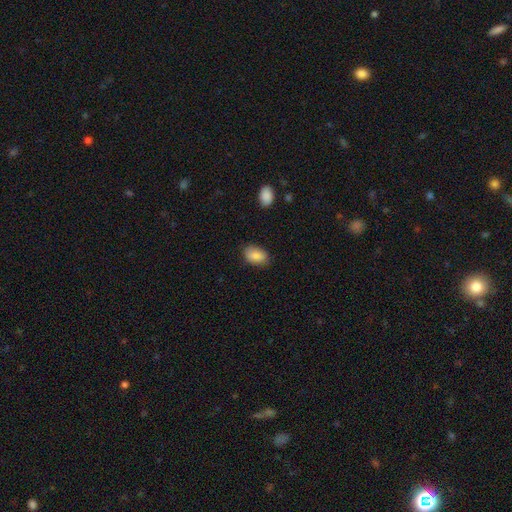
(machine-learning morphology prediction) smooth 87%, star or artifact 7%, featured or disk 6%. Down the decision tree: how rounded — in between (90%); merging — none (81%).